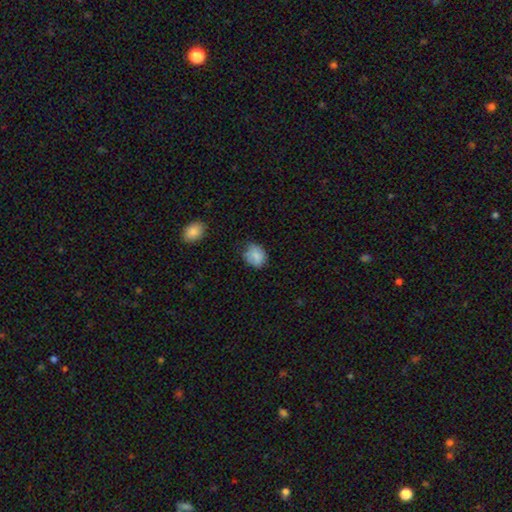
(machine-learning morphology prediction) Smooth or featured: smooth — 81% (featured or disk — 11%)
How rounded: round — 57% (in between — 42%)
Merging: none — 67% (minor disturbance — 26%)